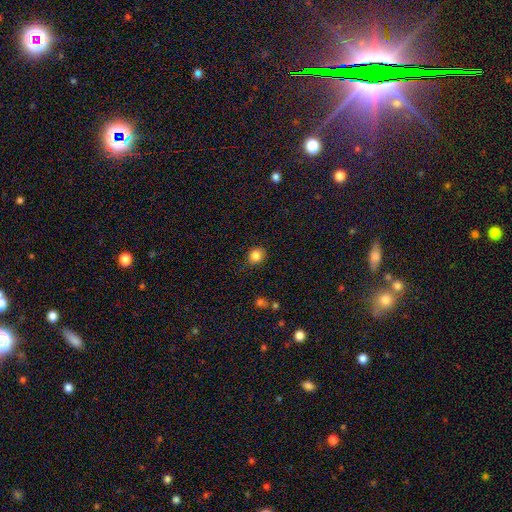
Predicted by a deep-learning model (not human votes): This is clearly a smooth galaxy (84%). How rounded: likely round (69%). Merging: clearly none (82%).